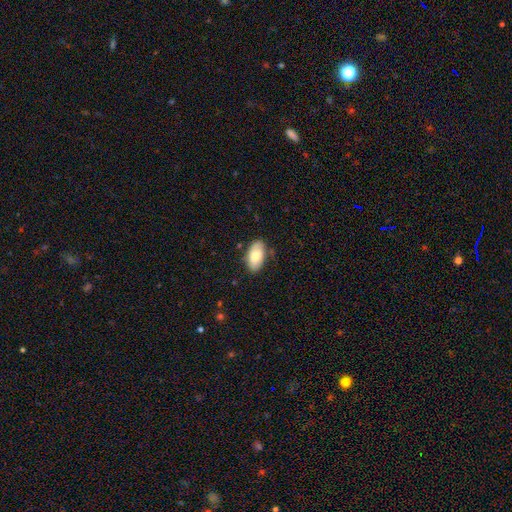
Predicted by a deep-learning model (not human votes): Q: Smooth or featured?
A: smooth (69%); runner-up: featured or disk (24%)
Q: How rounded?
A: in between (95%); runner-up: round (3%)
Q: Merging?
A: none (77%); runner-up: minor disturbance (18%)